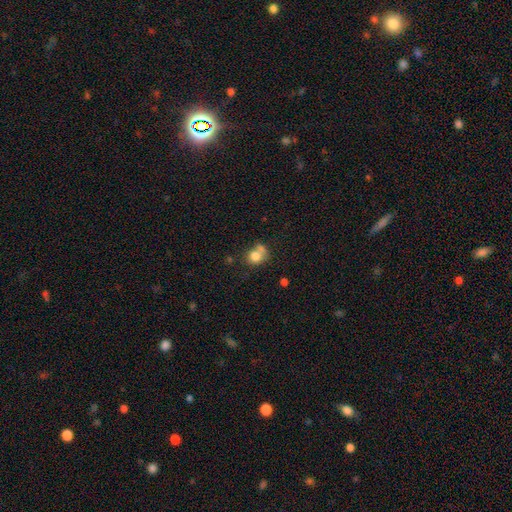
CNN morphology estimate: smooth 78%, featured or disk 12%, star or artifact 10%. Down the decision tree: how rounded — round (68%); merging — merger (39%).